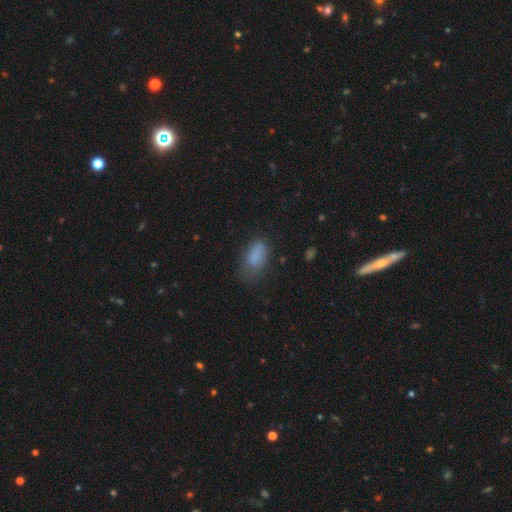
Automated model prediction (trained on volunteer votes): smooth 83%, star or artifact 10%, featured or disk 8%. Down the decision tree: how rounded — in between (90%); merging — none (51%).